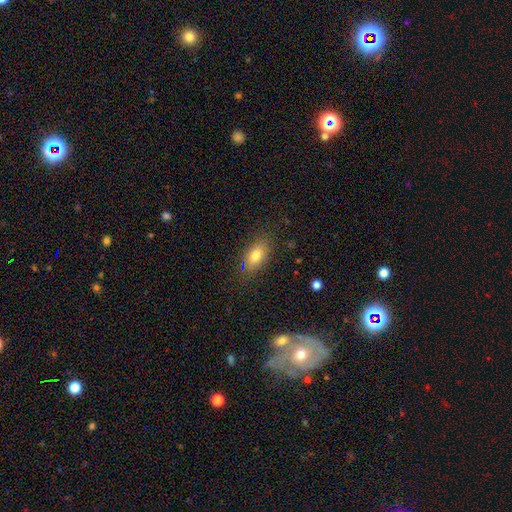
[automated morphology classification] Q: Smooth or featured?
A: smooth (79%); runner-up: featured or disk (11%)
Q: How rounded?
A: in between (84%); runner-up: round (8%)
Q: Merging?
A: none (80%); runner-up: minor disturbance (14%)